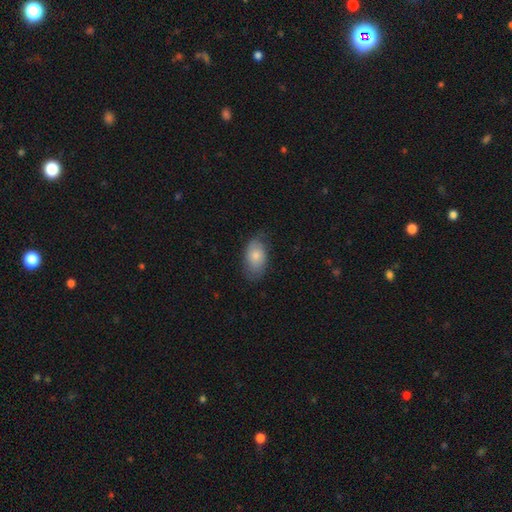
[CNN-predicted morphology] A smooth galaxy with no disk features (78%) that is in between round and cigar-shaped (91%).

Vote fractions:
- Smooth or featured? smooth: 78% / featured or disk: 16% / star or artifact: 7%
- How rounded? in between: 91% / round: 7% / cigar-shaped: 2%
- Merging? none: 69% / minor disturbance: 23% / major disturbance: 6% / merger: 1%